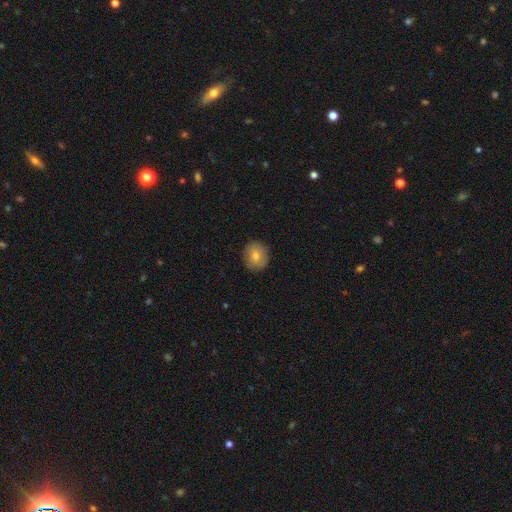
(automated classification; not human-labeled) Morphology: type=smooth (70%); roundness=round (84%); merging=none (88%).